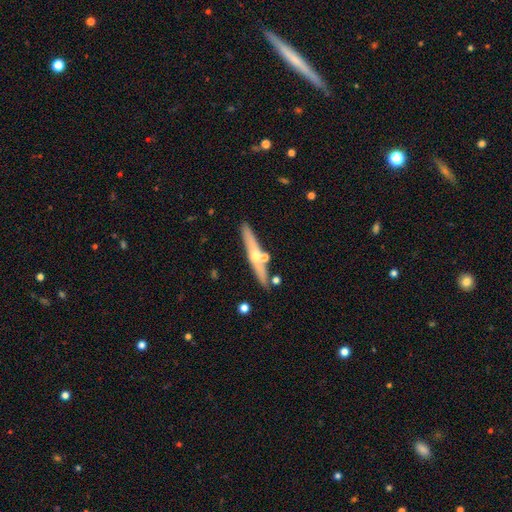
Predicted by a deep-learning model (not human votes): A featured or disk galaxy (54%) viewed edge-on (91%). Merging: none (80%).